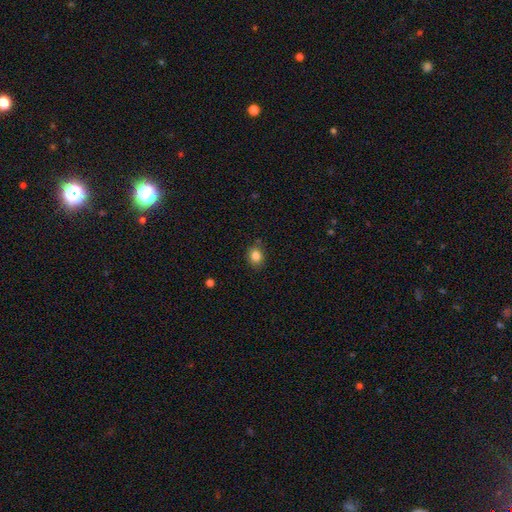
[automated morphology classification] This appears to be a smooth galaxy with no disk features (84%) that is round (60%). Merging: none (83%).